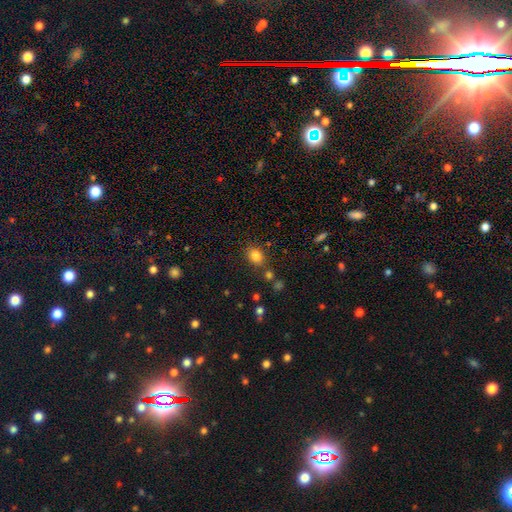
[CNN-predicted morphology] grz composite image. It shows a smooth galaxy with no disk features (83%) that is in between round and cigar-shaped (65%). Merging: none (77%).